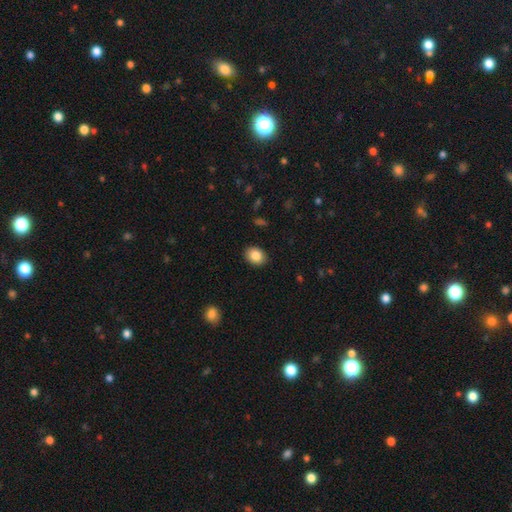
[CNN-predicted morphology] Smooth or featured?
  - smooth: 85% *
  - star or artifact: 8%
  - featured or disk: 6%
How rounded?
  - in between: 60% *
  - round: 39%
  - cigar-shaped: 1%
Merging?
  - none: 90% *
  - minor disturbance: 8%
  - major disturbance: 2%
  - merger: 1%